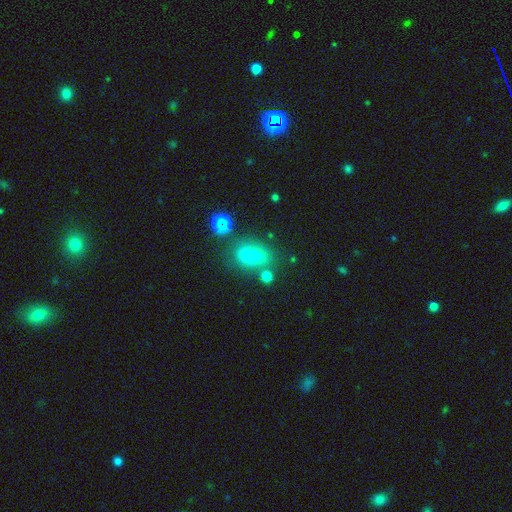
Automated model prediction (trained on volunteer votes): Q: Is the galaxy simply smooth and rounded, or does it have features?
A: smooth — 61%.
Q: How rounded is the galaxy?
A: round — 65%.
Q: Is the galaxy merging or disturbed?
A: merger — 51%.